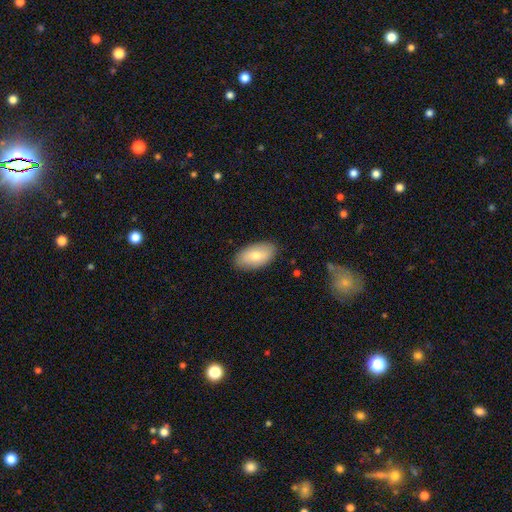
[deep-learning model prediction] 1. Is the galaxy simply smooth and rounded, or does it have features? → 73% smooth, 21% featured or disk, 7% star or artifact.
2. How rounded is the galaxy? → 94% in between, 3% round, 3% cigar-shaped.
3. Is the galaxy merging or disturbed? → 86% none, 10% minor disturbance, 2% major disturbance, 1% merger.